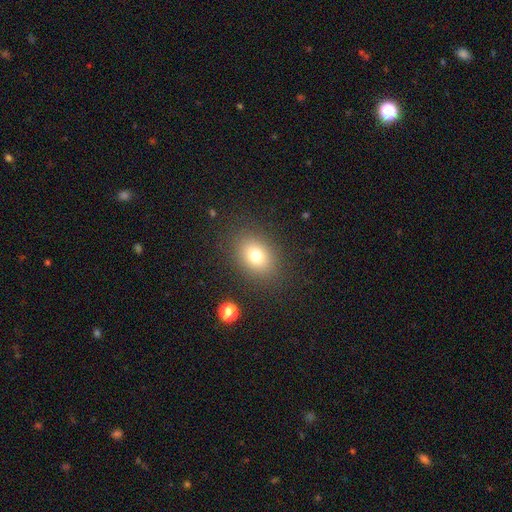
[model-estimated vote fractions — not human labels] smooth-or-featured: smooth: 76% | star or artifact: 13% | featured or disk: 11%
  how-rounded: in between: 62% | round: 37% | cigar-shaped: 1%
  merging: none: 86% | minor disturbance: 9% | major disturbance: 4% | merger: 1%